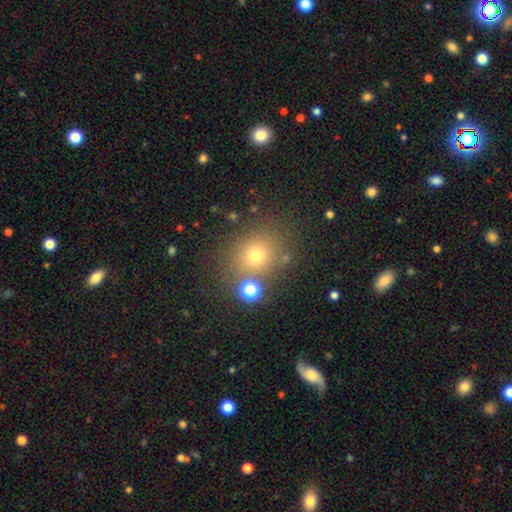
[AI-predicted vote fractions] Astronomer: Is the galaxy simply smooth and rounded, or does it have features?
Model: smooth — 67%.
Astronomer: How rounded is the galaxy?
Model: round — 75%.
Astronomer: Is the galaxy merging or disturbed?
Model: none — 78%.